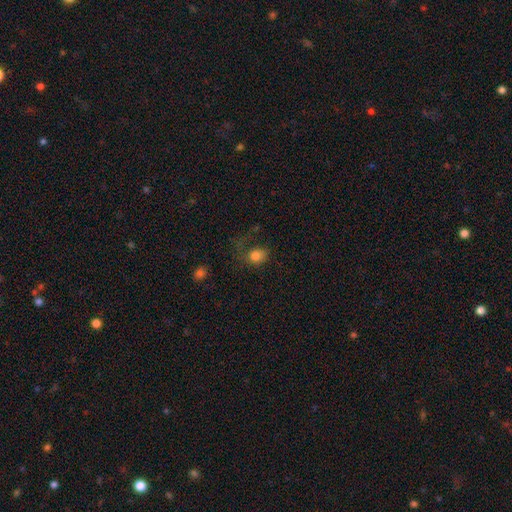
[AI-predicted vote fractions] smooth_or_featured: smooth (p=0.79) [alt: star or artifact p=0.11]
how_rounded: round (p=0.53) [alt: in between p=0.46]
merging: none (p=0.42) [alt: major disturbance p=0.34]